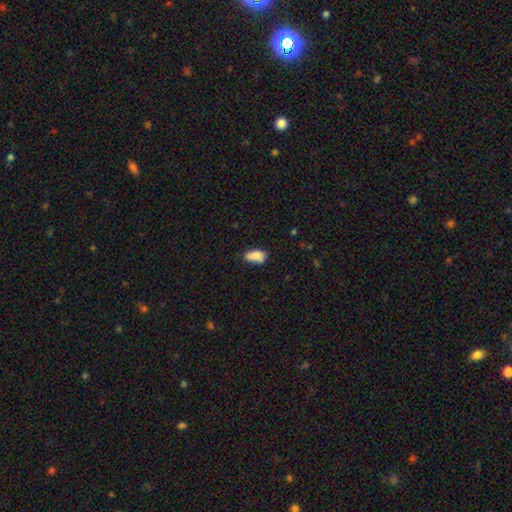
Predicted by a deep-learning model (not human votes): This appears to be a smooth galaxy with no disk features (83%) that is in between round and cigar-shaped (90%). Merging: none (55%).